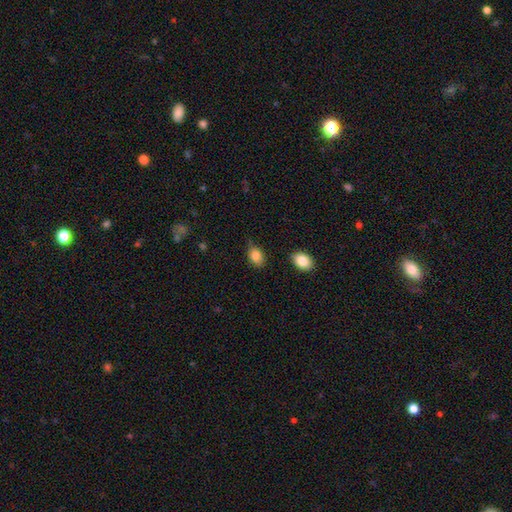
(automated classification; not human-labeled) This appears to be a smooth galaxy with no disk features (84%) that is in between round and cigar-shaped (77%). Merging: none (72%).